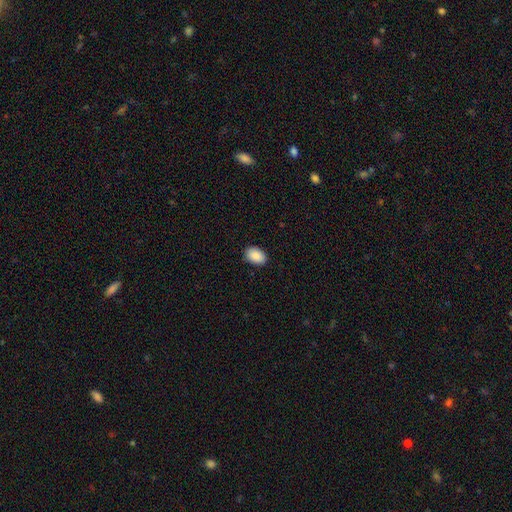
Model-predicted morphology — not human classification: Smooth or featured? smooth (90%)
How rounded? in between (86%)
Merging? none (88%)